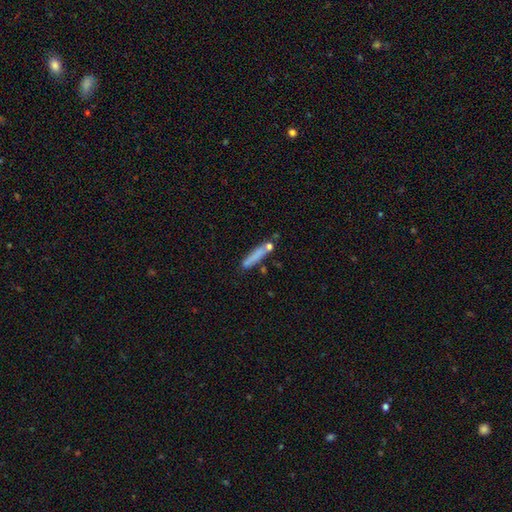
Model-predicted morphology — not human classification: smooth-or-featured: smooth: 71% | featured or disk: 19% | star or artifact: 10%
  how-rounded: cigar-shaped: 89% | in between: 9% | round: 2%
  merging: none: 63% | minor disturbance: 17% | merger: 13% | major disturbance: 6%